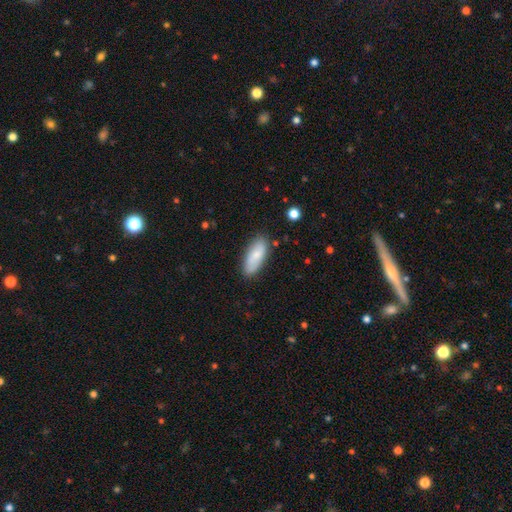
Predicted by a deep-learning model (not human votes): A smooth galaxy with no disk features (76%) that is in between round and cigar-shaped (80%). Merging: none (82%).